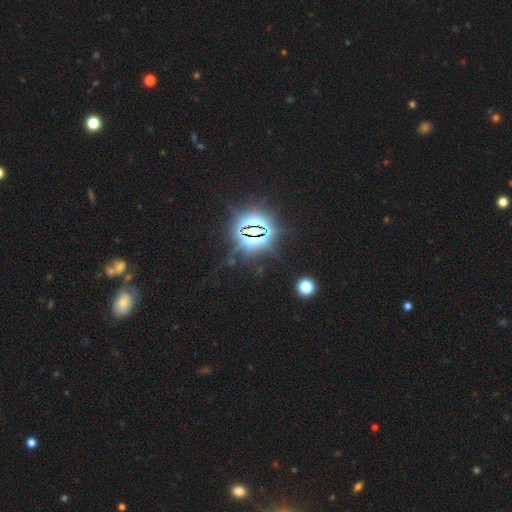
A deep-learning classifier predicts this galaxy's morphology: Smooth or featured? star or artifact (83%)